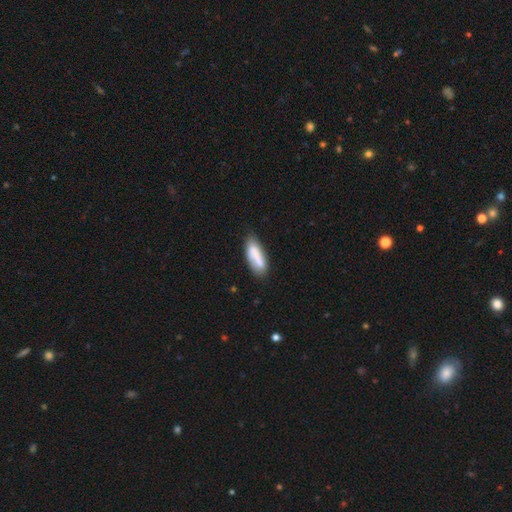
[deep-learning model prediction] Smooth or featured? Predicted: smooth (p=0.69). How rounded? Predicted: in between (p=0.63). Merging? Predicted: none (p=0.62).